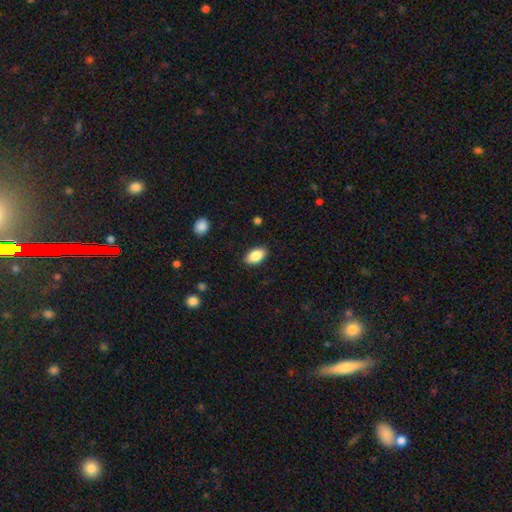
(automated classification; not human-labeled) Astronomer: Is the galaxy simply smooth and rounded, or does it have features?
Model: smooth — 87%.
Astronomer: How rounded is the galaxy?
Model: in between — 93%.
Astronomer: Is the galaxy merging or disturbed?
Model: none — 88%.